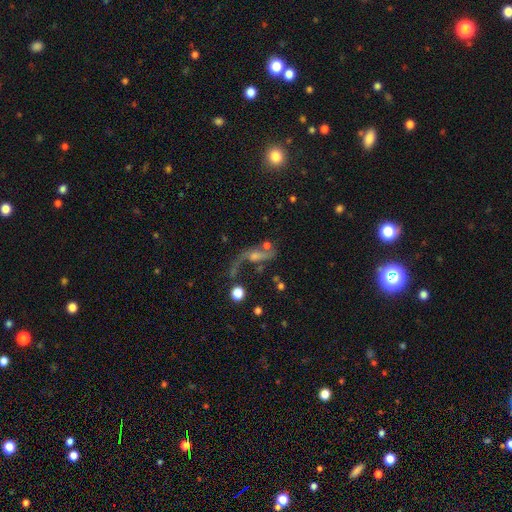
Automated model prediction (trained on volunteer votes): Morphology: type=featured or disk (65%); edge-on=no (87%); bar=no (62%); spiral arms=yes (75%); bulge=small (40%); merging=major disturbance (34%).